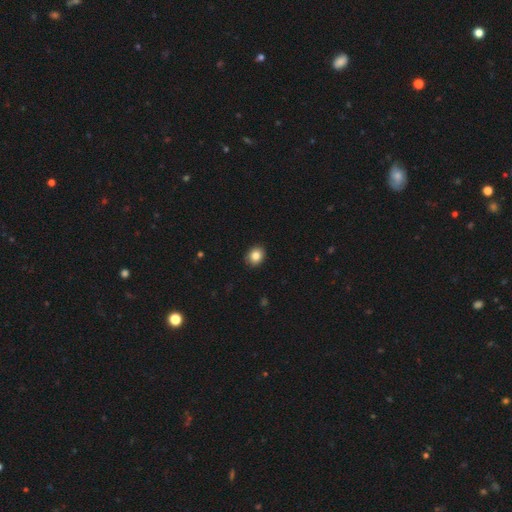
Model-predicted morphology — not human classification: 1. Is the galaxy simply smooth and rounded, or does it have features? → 84% smooth, 9% star or artifact, 6% featured or disk.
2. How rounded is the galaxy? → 63% round, 36% in between, 1% cigar-shaped.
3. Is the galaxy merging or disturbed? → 90% none, 8% minor disturbance, 2% major disturbance, 1% merger.